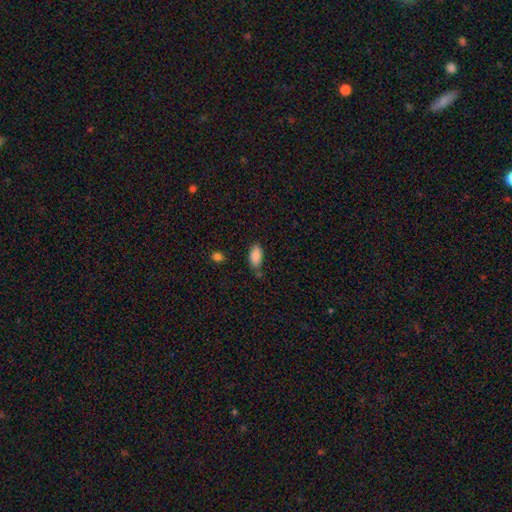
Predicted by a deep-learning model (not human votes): smooth 88%, star or artifact 8%, featured or disk 4%. Down the decision tree: how rounded — in between (92%); merging — none (69%).